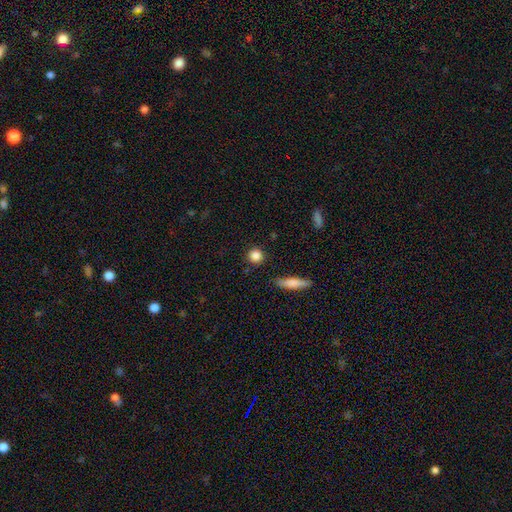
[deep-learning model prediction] smooth_or_featured: smooth (p=0.85) [alt: star or artifact p=0.10]
how_rounded: round (p=0.90) [alt: in between p=0.07]
merging: none (p=0.88) [alt: minor disturbance p=0.07]